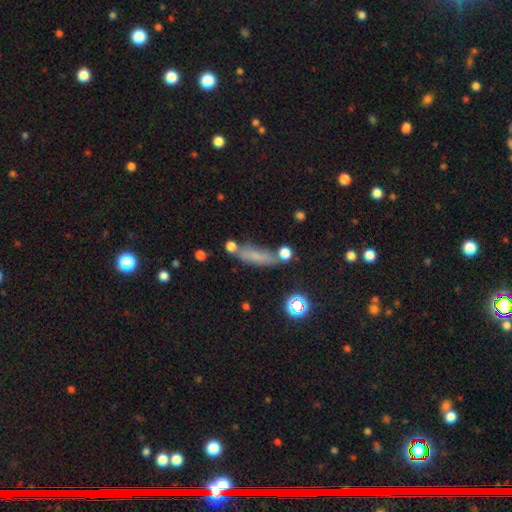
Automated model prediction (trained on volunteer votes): Smooth or featured?
  - smooth: 63% *
  - featured or disk: 19%
  - star or artifact: 18%
How rounded?
  - cigar-shaped: 55% *
  - in between: 39%
  - round: 6%
Merging?
  - none: 62% *
  - minor disturbance: 19%
  - merger: 11%
  - major disturbance: 8%